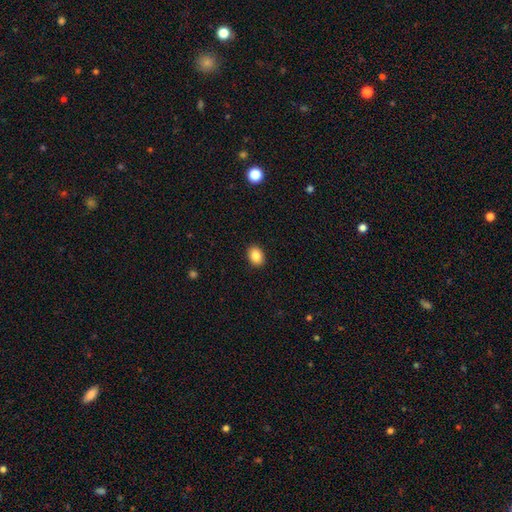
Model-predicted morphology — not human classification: smooth-or-featured: smooth: 87% | star or artifact: 9% | featured or disk: 5%
  how-rounded: in between: 70% | round: 29% | cigar-shaped: 1%
  merging: none: 91% | minor disturbance: 6% | major disturbance: 2% | merger: 1%